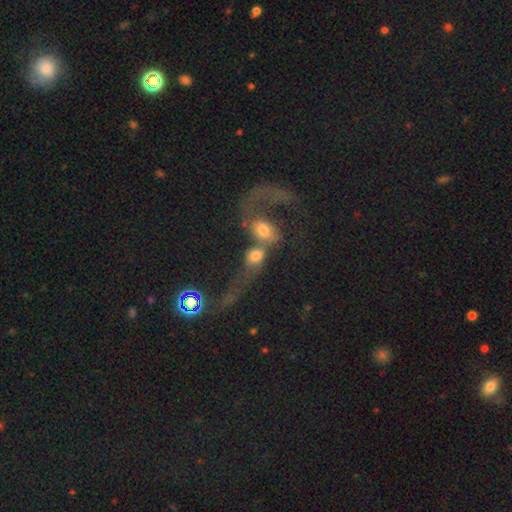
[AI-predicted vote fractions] Smooth or featured: smooth — 52% (featured or disk — 35%)
How rounded: in between — 66% (round — 28%)
Merging: merger — 72% (major disturbance — 13%)